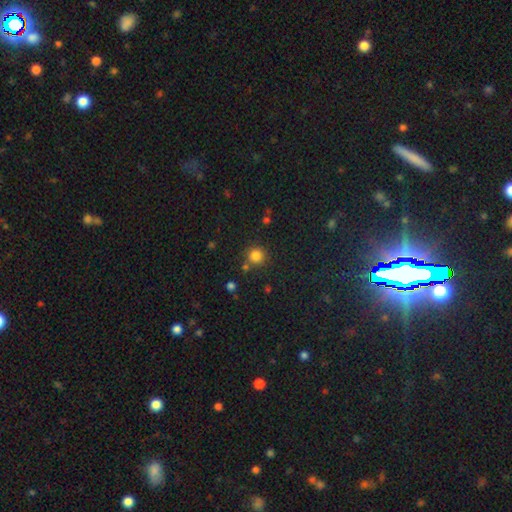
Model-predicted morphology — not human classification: Smooth or featured? smooth (82%)
How rounded? round (93%)
Merging? none (79%)